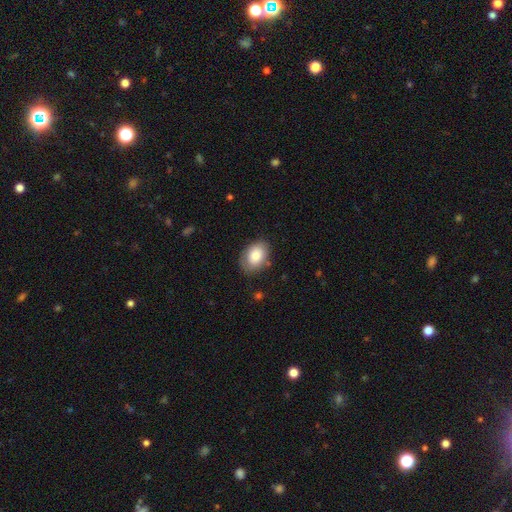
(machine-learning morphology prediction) smooth_or_featured: smooth (p=0.80) [alt: featured or disk p=0.13]
how_rounded: in between (p=0.82) [alt: round p=0.17]
merging: none (p=0.78) [alt: minor disturbance p=0.16]